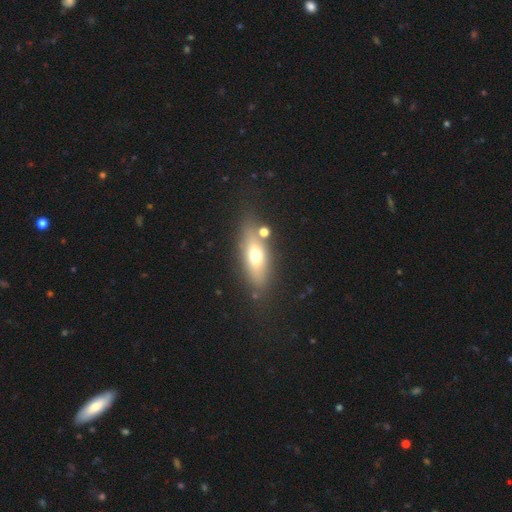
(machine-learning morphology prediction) Smooth or featured?
  - smooth: 61% *
  - featured or disk: 29%
  - star or artifact: 10%
How rounded?
  - in between: 67% *
  - cigar-shaped: 27%
  - round: 6%
Merging?
  - none: 74% *
  - minor disturbance: 13%
  - merger: 8%
  - major disturbance: 5%